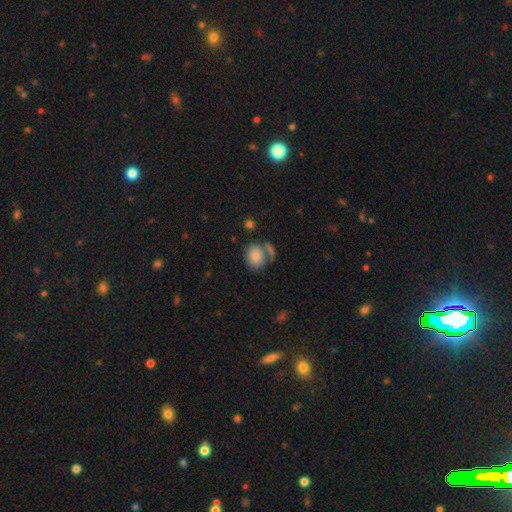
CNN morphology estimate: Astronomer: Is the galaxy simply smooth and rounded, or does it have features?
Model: smooth — 84%.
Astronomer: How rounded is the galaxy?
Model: round — 69%.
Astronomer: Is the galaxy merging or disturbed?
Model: none — 57%.